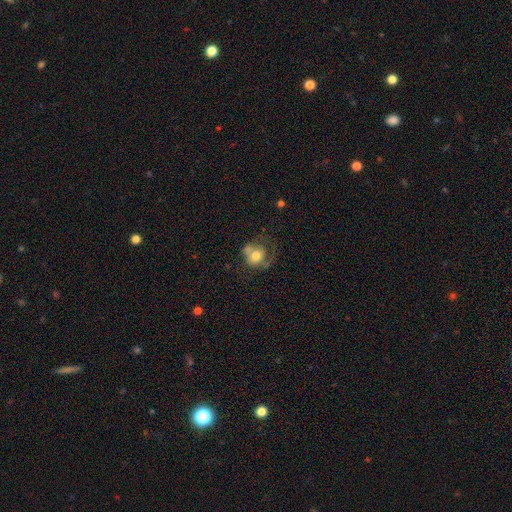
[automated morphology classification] smooth-or-featured: smooth: 59% | featured or disk: 33% | star or artifact: 9%
  how-rounded: round: 70% | in between: 29% | cigar-shaped: 1%
  merging: none: 32% | major disturbance: 27% | merger: 21% | minor disturbance: 20%